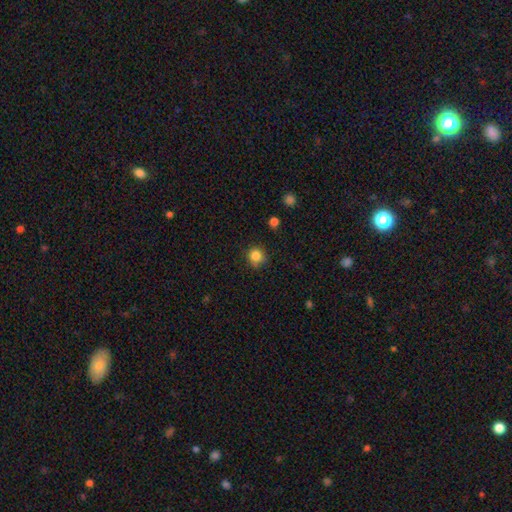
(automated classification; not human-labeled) Smooth or featured? Predicted: smooth (p=0.84). How rounded? Predicted: round (p=0.91). Merging? Predicted: none (p=0.82).